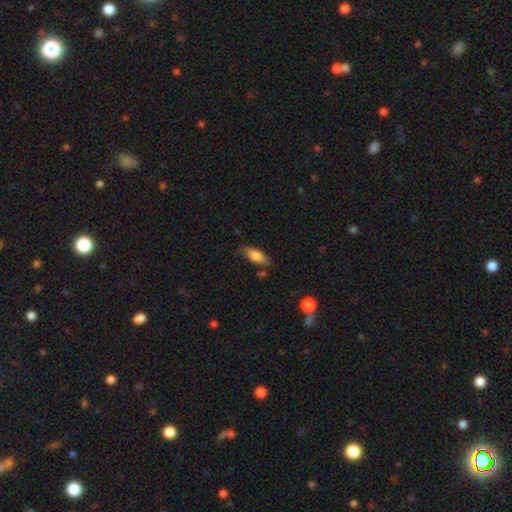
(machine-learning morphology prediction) Smooth or featured: smooth — 79% (featured or disk — 14%)
How rounded: in between — 78% (cigar-shaped — 20%)
Merging: none — 75% (minor disturbance — 17%)